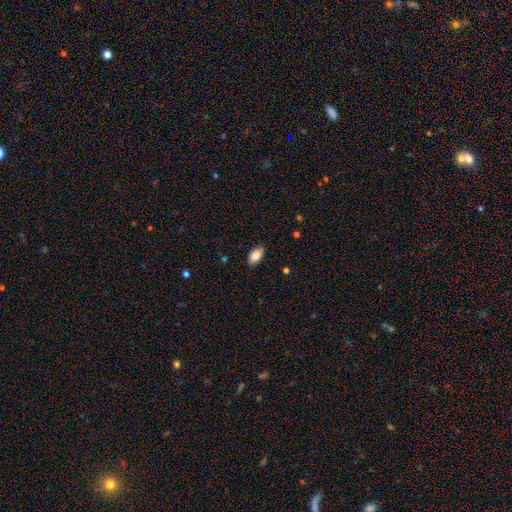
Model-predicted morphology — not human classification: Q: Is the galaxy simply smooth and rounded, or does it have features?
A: smooth — 87%.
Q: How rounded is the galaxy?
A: in between — 93%.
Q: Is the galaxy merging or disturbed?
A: none — 83%.